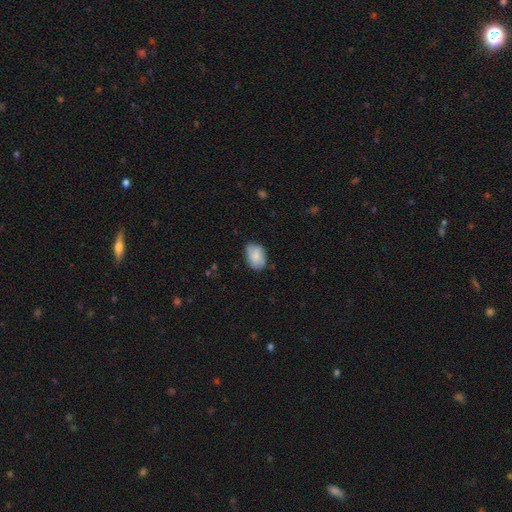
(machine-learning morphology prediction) A smooth galaxy with no disk features (75%) that is in between round and cigar-shaped (83%).

Vote fractions:
- Smooth or featured? smooth: 75% / featured or disk: 18% / star or artifact: 7%
- How rounded? in between: 83% / round: 15% / cigar-shaped: 1%
- Merging? none: 68% / minor disturbance: 26% / major disturbance: 5% / merger: 2%